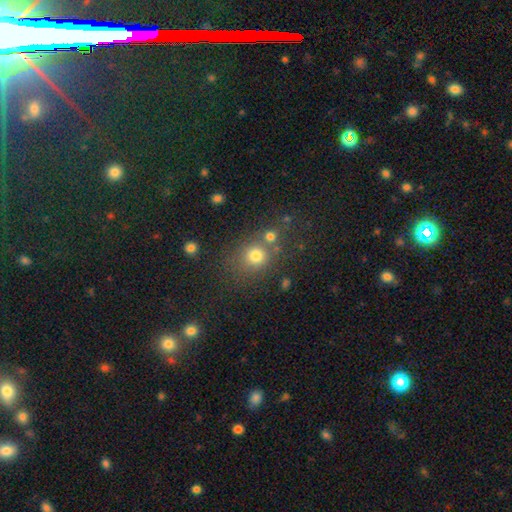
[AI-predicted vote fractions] Morphology: type=smooth (74%); roundness=round (80%); merging=none (60%).